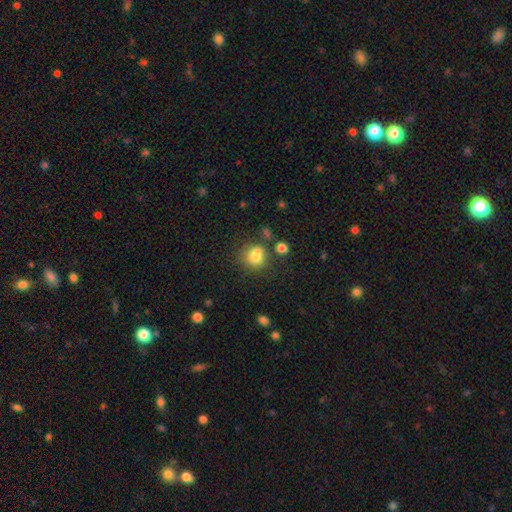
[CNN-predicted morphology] This is likely a smooth galaxy (79%). How rounded: likely round (69%). Merging: possibly none (57%).